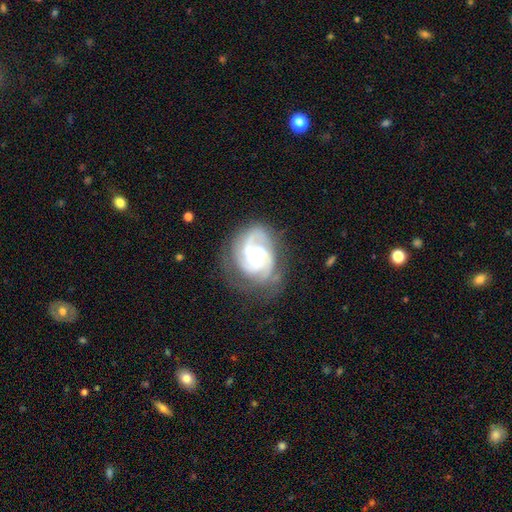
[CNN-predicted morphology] Q: Smooth or featured?
A: featured or disk (90%); runner-up: smooth (5%)
Q: Edge-on disk?
A: no (98%); runner-up: yes (2%)
Q: Bar?
A: no (53%); runner-up: weak (38%)
Q: Spiral arms?
A: yes (98%); runner-up: no (2%)
Q: Spiral winding?
A: tight (56%); runner-up: medium (38%)
Q: Spiral arm count?
A: 3 (49%); runner-up: 2 (28%)
Q: Bulge size?
A: small (49%); runner-up: moderate (41%)
Q: Merging?
A: none (73%); runner-up: minor disturbance (18%)